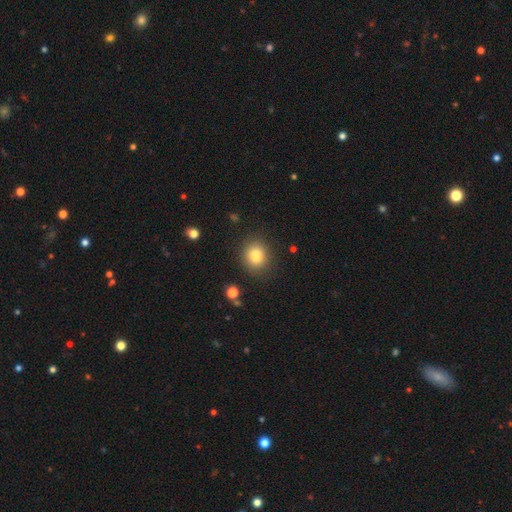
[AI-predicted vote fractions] Smooth or featured?
  - smooth: 82% *
  - star or artifact: 11%
  - featured or disk: 8%
How rounded?
  - round: 76% *
  - in between: 23%
  - cigar-shaped: 1%
Merging?
  - none: 85% *
  - minor disturbance: 10%
  - major disturbance: 3%
  - merger: 2%